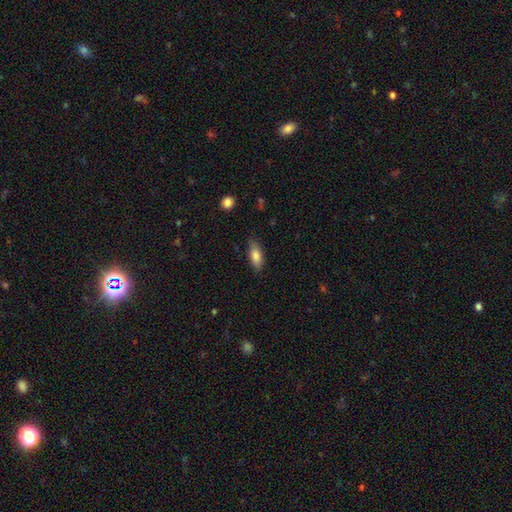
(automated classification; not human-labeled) Smooth or featured? smooth (80%)
How rounded? in between (76%)
Merging? none (80%)